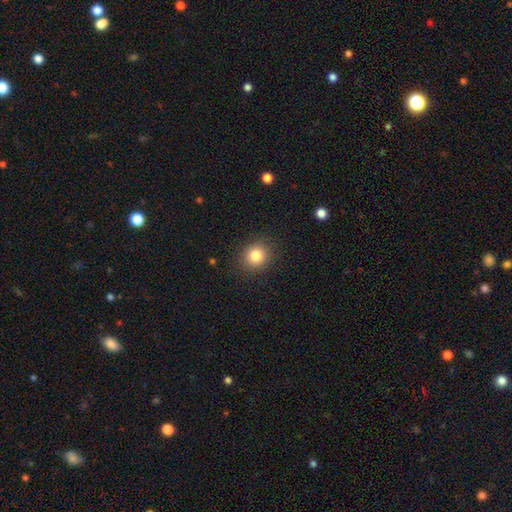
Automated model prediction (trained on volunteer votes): smooth-or-featured: smooth: 83% | star or artifact: 11% | featured or disk: 6%
  how-rounded: round: 80% | in between: 19% | cigar-shaped: 1%
  merging: none: 89% | minor disturbance: 7% | major disturbance: 3% | merger: 1%